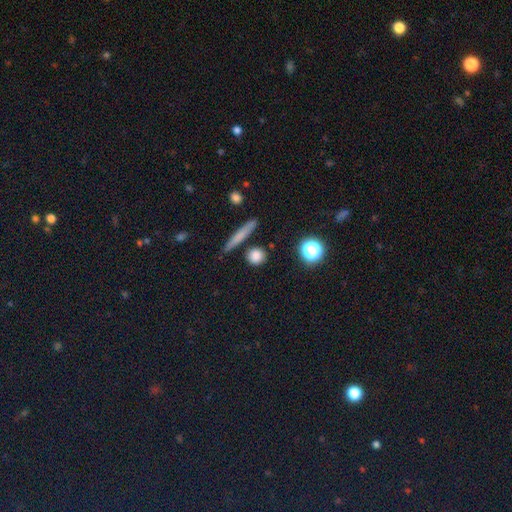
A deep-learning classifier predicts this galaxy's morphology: type=smooth (81%); roundness=round (79%); merging=none (85%).